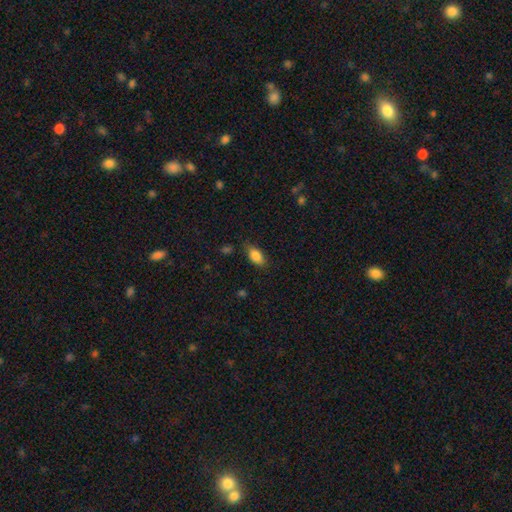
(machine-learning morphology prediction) type=smooth (85%); roundness=in between (90%); merging=none (78%).